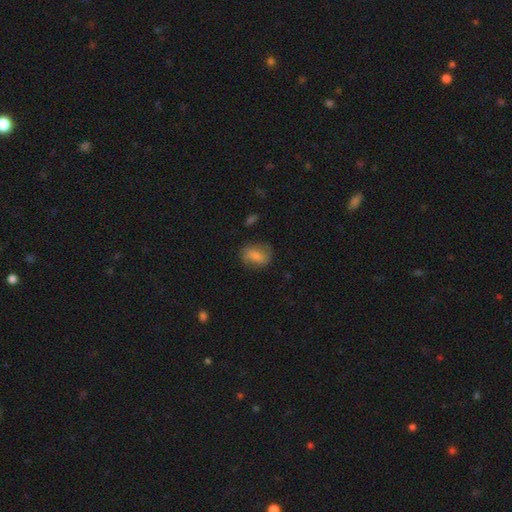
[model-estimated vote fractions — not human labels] Smooth or featured? smooth (65%)
How rounded? in between (68%)
Merging? none (69%)